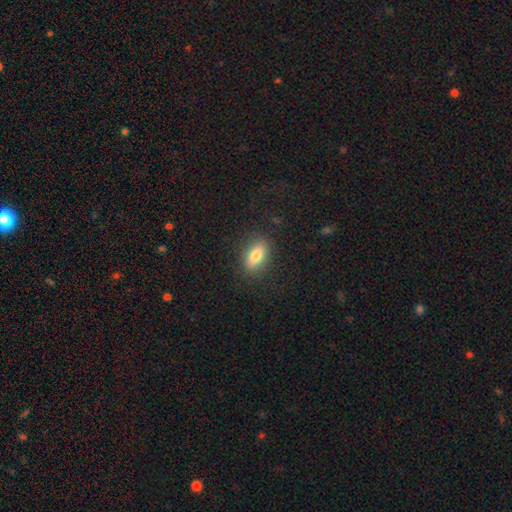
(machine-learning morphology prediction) Smooth or featured? smooth (79%)
How rounded? in between (84%)
Merging? none (85%)